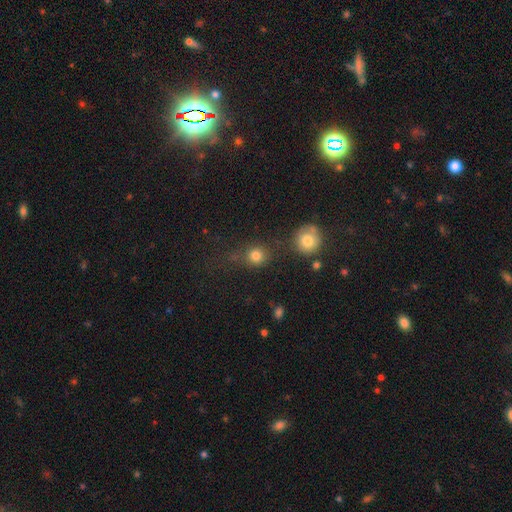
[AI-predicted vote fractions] This appears to be a smooth galaxy with no disk features (79%) that is round (85%). Merging: none (66%).